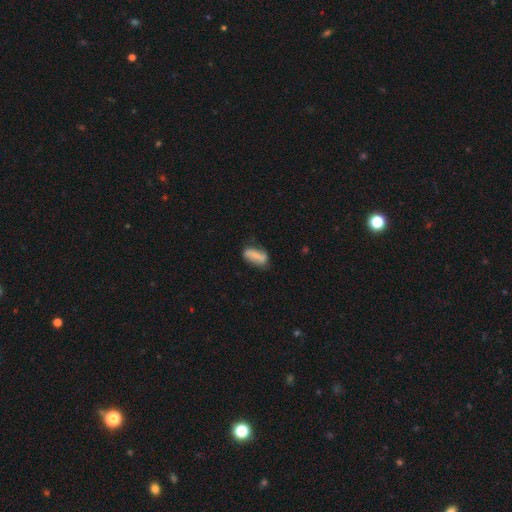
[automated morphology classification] The model was most divided on "smooth or featured": smooth: 60%, featured or disk: 32%, star or artifact: 8%. More confident: how rounded — in between (78%); merging — none (63%).